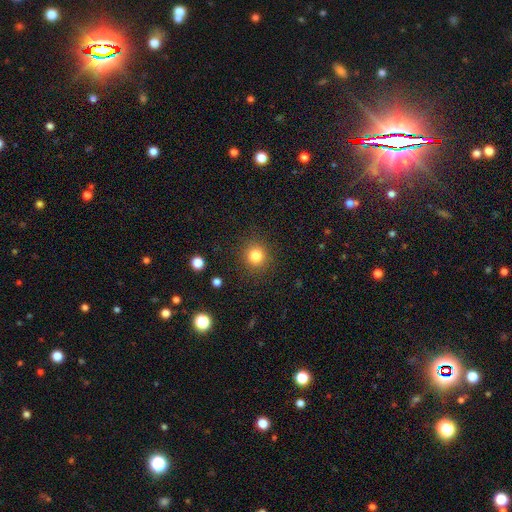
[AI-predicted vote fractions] smooth 83%, star or artifact 12%, featured or disk 5%. Down the decision tree: how rounded — round (92%); merging — none (89%).